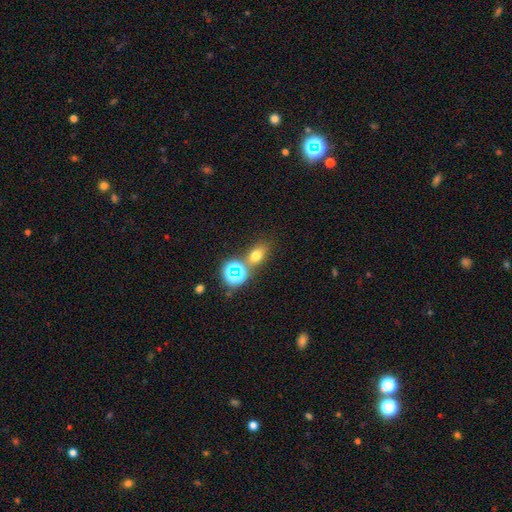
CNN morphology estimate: Overall: smooth (63%; star or artifact 26%). How rounded: in between (60%; round 38%). Merging: none (68%).